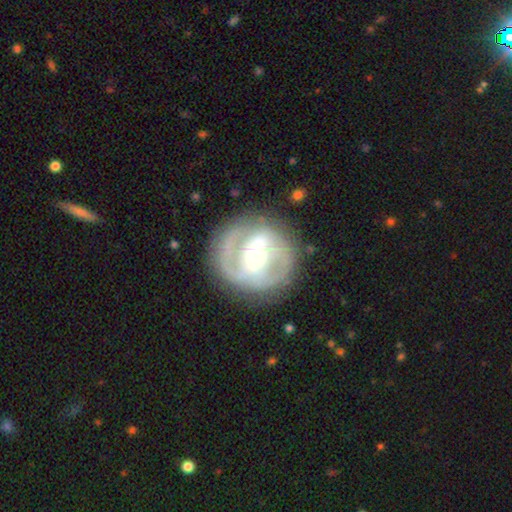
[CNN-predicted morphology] smooth-or-featured: featured or disk: 80% | smooth: 15% | star or artifact: 5%
  disk-edge-on: no: 97% | yes: 3%
    bar: strong: 40% (tied) | weak: 40% (tied) | no: 21%
    has-spiral-arms: yes: 82% | no: 18%
      spiral-winding: tight: 42% | medium: 41% | loose: 17%
      spiral-arm-count: 2: 75% | can't tell: 12% | 3: 5% | 1: 5% | 4: 2% | more than 4: 2%
    bulge-size: moderate: 69% | small: 16% | large: 13% | dominant: 1% | none: 1%
  merging: none: 80% | minor disturbance: 12% | major disturbance: 7% | merger: 1%